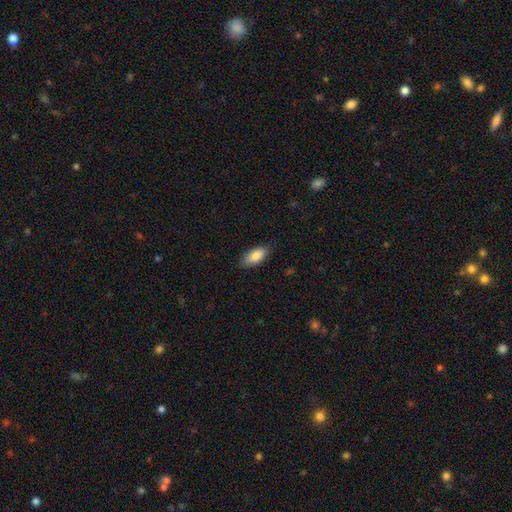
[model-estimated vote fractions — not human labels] The model was most divided on "merging": none: 82%, minor disturbance: 14%, major disturbance: 3%, merger: 1%. More confident: how rounded — in between (89%); smooth or featured — smooth (87%).